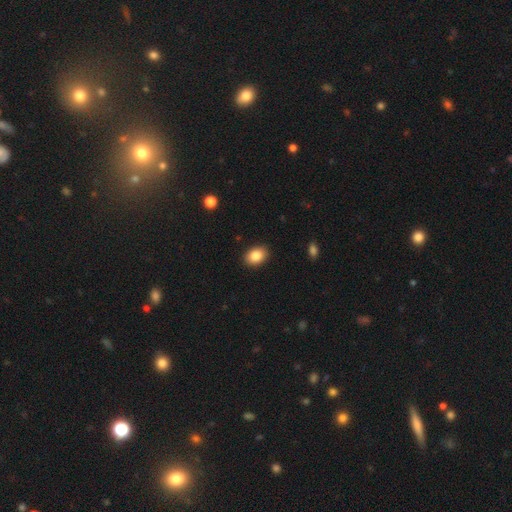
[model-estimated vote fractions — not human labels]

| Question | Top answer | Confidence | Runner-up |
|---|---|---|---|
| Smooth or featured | smooth | 86% | star or artifact (8%) |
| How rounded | in between | 75% | round (24%) |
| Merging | none | 89% | minor disturbance (8%) |